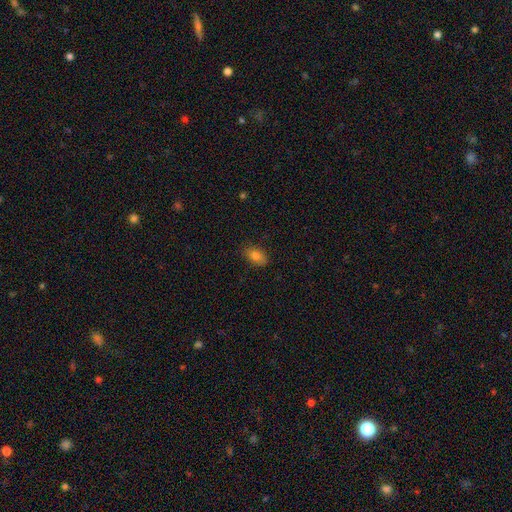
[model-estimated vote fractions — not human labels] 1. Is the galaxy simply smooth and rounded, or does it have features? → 82% smooth, 10% star or artifact, 8% featured or disk.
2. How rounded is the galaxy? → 87% in between, 11% round, 2% cigar-shaped.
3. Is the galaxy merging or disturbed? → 83% none, 13% minor disturbance, 3% major disturbance, 1% merger.